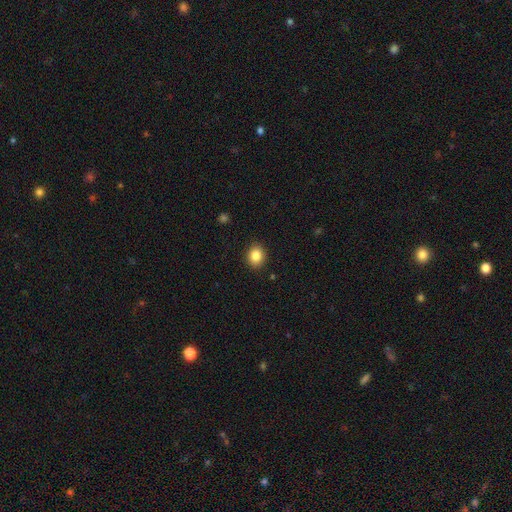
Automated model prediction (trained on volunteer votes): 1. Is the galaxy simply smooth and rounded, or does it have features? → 85% smooth, 10% star or artifact, 5% featured or disk.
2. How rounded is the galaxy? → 65% round, 34% in between, 1% cigar-shaped.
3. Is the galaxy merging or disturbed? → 90% none, 7% minor disturbance, 2% major disturbance, 1% merger.